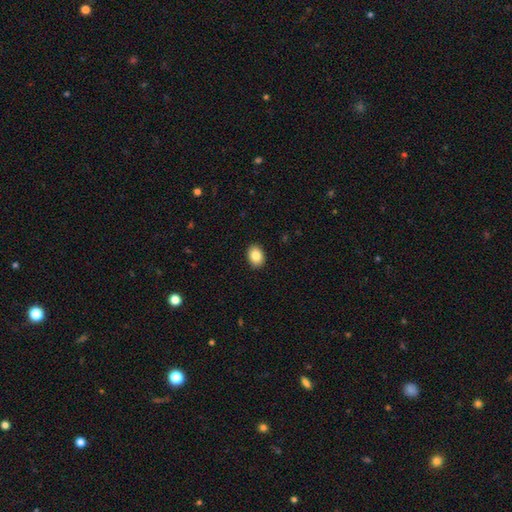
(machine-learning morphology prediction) Smooth or featured? smooth (86%)
How rounded? in between (70%)
Merging? none (91%)